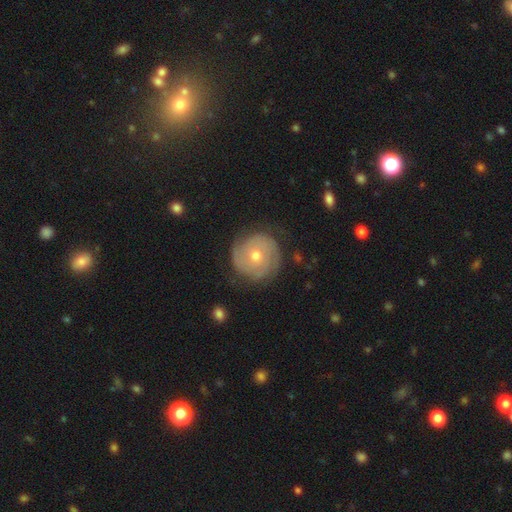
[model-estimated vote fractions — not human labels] Q: Smooth or featured?
A: featured or disk (69%); runner-up: smooth (24%)
Q: Edge-on disk?
A: no (97%); runner-up: yes (3%)
Q: Bar?
A: no (80%); runner-up: weak (16%)
Q: Spiral arms?
A: yes (86%); runner-up: no (14%)
Q: Spiral winding?
A: tight (71%); runner-up: medium (22%)
Q: Spiral arm count?
A: can't tell (33%); runner-up: 2 (30%)
Q: Bulge size?
A: moderate (59%); runner-up: small (38%)
Q: Merging?
A: none (78%); runner-up: minor disturbance (15%)